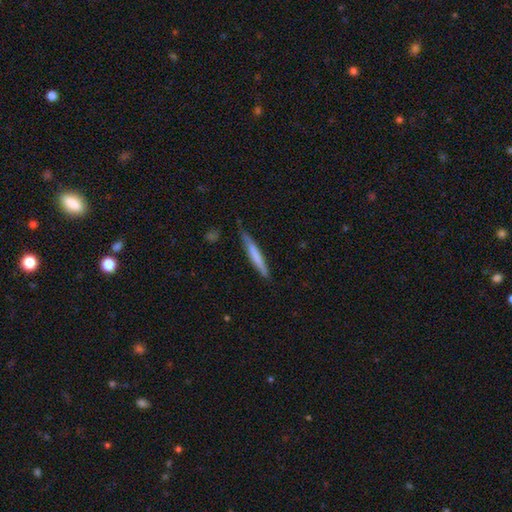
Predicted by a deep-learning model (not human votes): Smooth or featured? Predicted: smooth (p=0.66). How rounded? Predicted: cigar-shaped (p=0.96). Merging? Predicted: none (p=0.81).